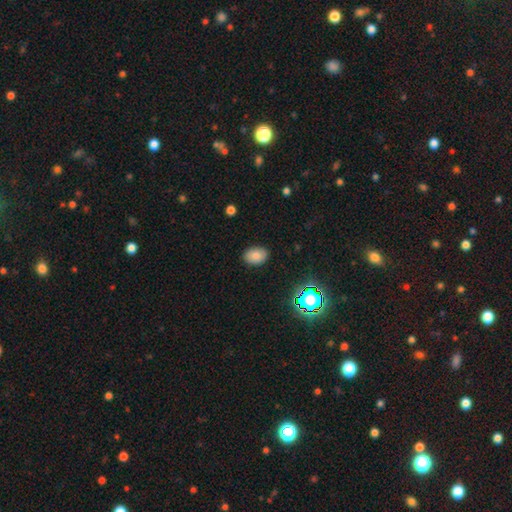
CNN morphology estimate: A smooth galaxy with no disk features (78%) that is in between round and cigar-shaped (81%).

Vote fractions:
- Smooth or featured? smooth: 78% / star or artifact: 12% / featured or disk: 10%
- How rounded? in between: 81% / round: 18% / cigar-shaped: 1%
- Merging? none: 87% / minor disturbance: 10% / major disturbance: 2% / merger: 1%